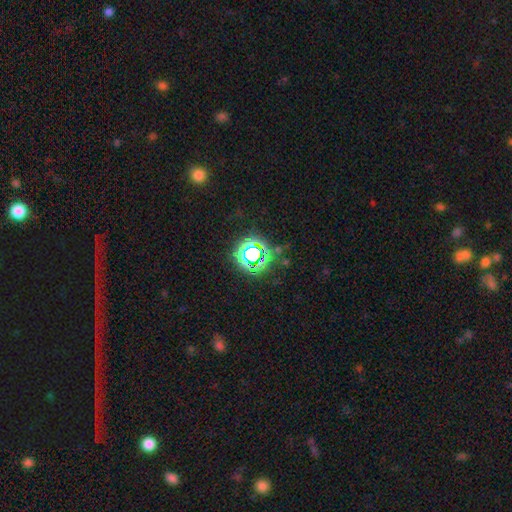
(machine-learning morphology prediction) smooth_or_featured: star or artifact (p=0.71) [alt: smooth p=0.18]